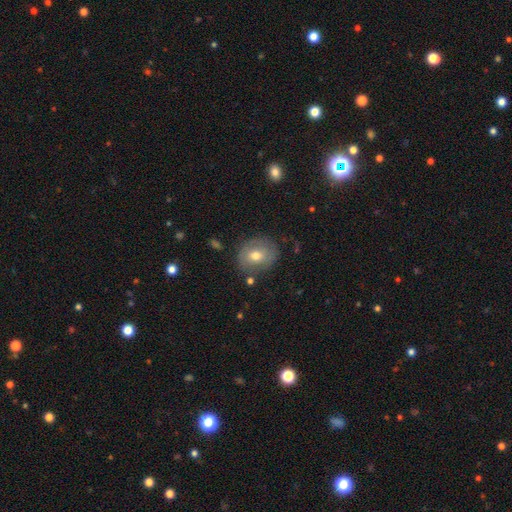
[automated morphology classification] Overall: smooth (59%; featured or disk 31%). How rounded: round (69%; in between 30%). Merging: none (74%).